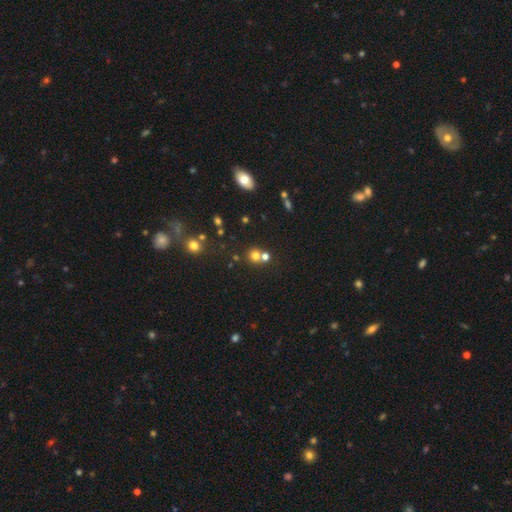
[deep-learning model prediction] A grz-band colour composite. It shows a smooth galaxy with no disk features (69%) that is round (88%). Merging: none (55%).